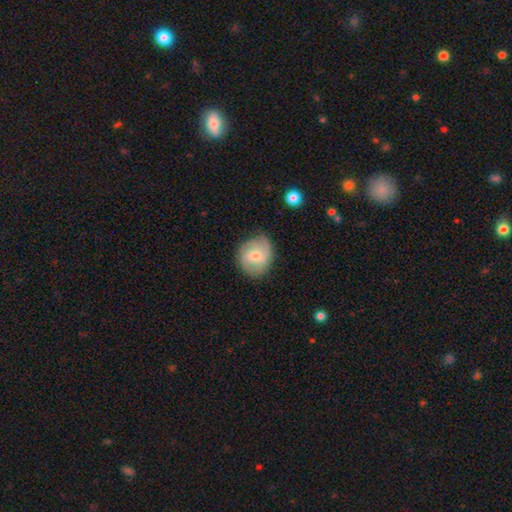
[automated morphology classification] Smooth or featured? featured or disk (57%)
Edge-on disk? no (97%)
Bar? no (47%)
Spiral arms? yes (88%)
Bulge size? small (52%)
Merging? none (72%)